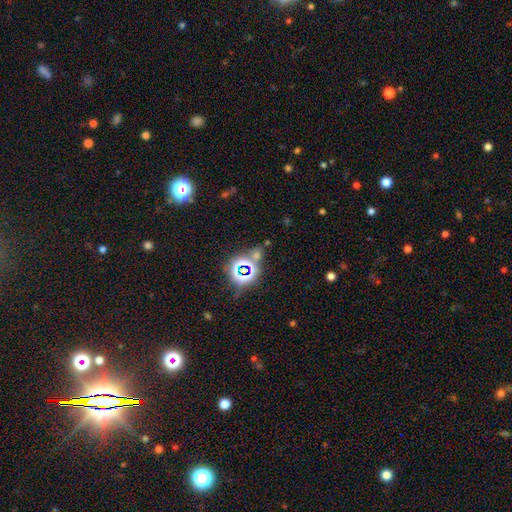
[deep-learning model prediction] Smooth or featured? star or artifact (72%)